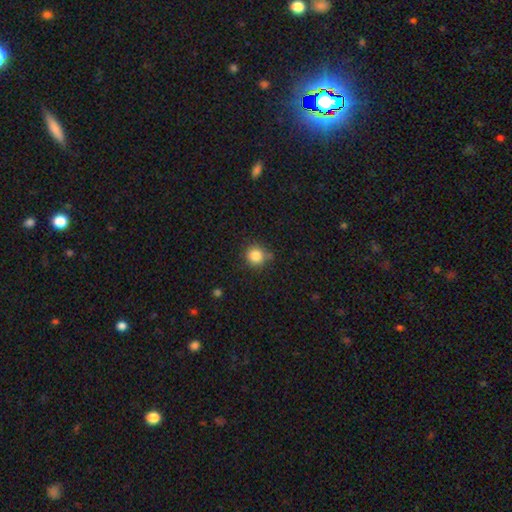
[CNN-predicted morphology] Q: Smooth or featured?
A: smooth (84%); runner-up: star or artifact (11%)
Q: How rounded?
A: round (90%); runner-up: in between (9%)
Q: Merging?
A: none (75%); runner-up: minor disturbance (18%)